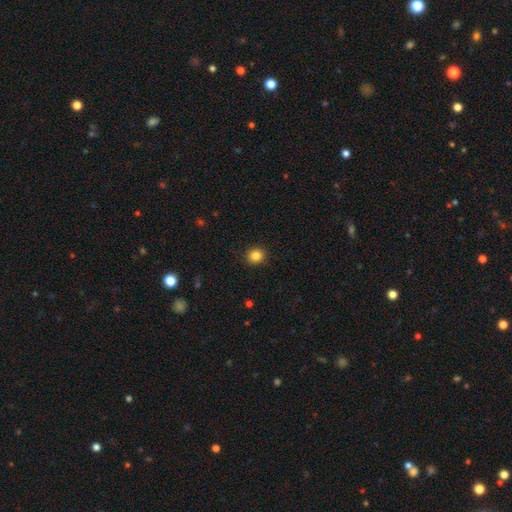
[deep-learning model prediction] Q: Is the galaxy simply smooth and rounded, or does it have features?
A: smooth — 85%.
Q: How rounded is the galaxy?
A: round — 90%.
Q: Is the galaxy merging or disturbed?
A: none — 92%.